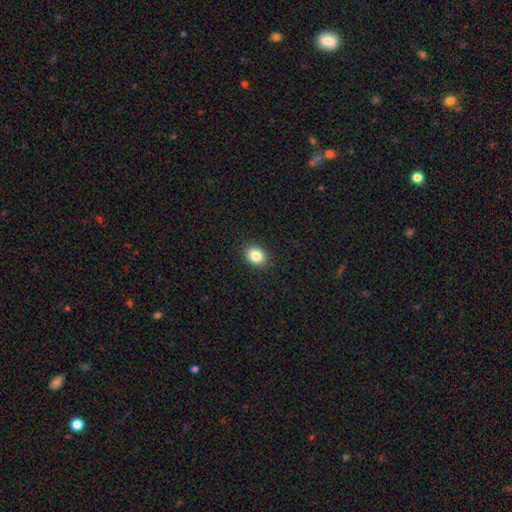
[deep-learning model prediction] A smooth galaxy with no disk features (85%) that is in between round and cigar-shaped (60%).

Vote fractions:
- Smooth or featured? smooth: 85% / star or artifact: 9% / featured or disk: 6%
- How rounded? in between: 60% / round: 39% / cigar-shaped: 1%
- Merging? none: 90% / minor disturbance: 7% / major disturbance: 2% / merger: 1%